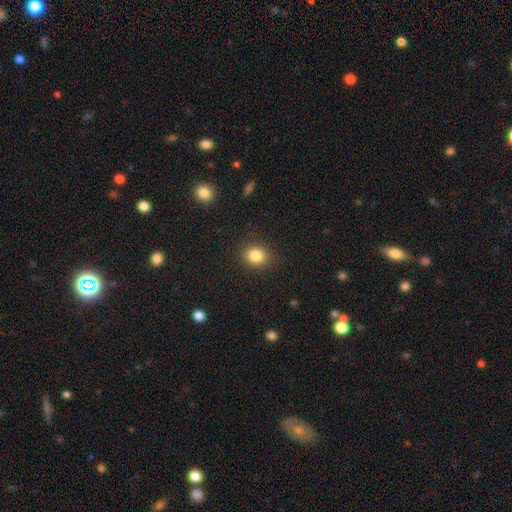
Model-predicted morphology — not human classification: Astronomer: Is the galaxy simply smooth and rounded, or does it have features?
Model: smooth — 83%.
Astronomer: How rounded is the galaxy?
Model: round — 76%.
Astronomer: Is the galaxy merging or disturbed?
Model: none — 87%.